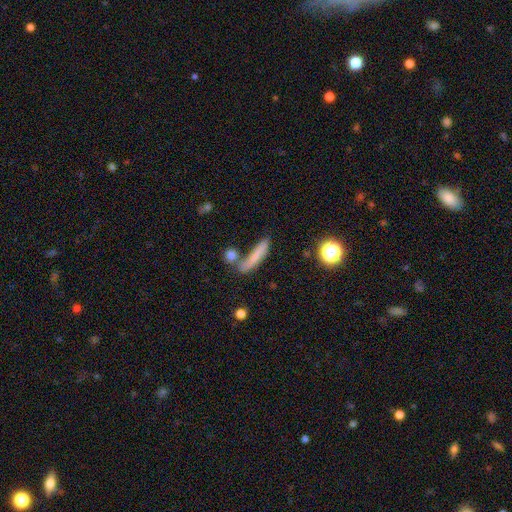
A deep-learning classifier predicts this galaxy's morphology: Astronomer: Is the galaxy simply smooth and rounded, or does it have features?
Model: smooth — 69%.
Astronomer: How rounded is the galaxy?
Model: cigar-shaped — 81%.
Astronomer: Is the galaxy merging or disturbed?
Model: none — 56%.